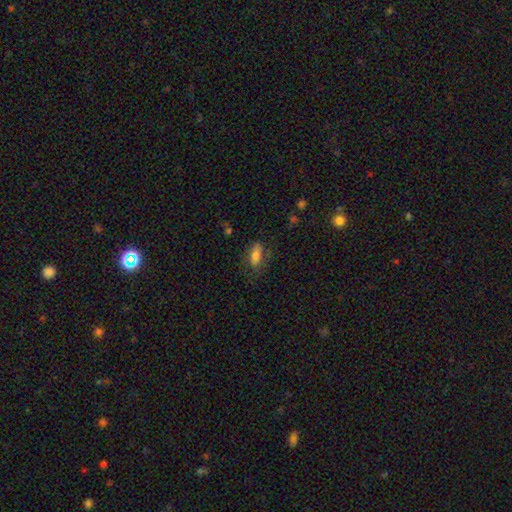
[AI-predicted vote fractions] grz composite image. It shows a smooth galaxy with no disk features (72%) that is in between round and cigar-shaped (81%). Merging: none (65%).